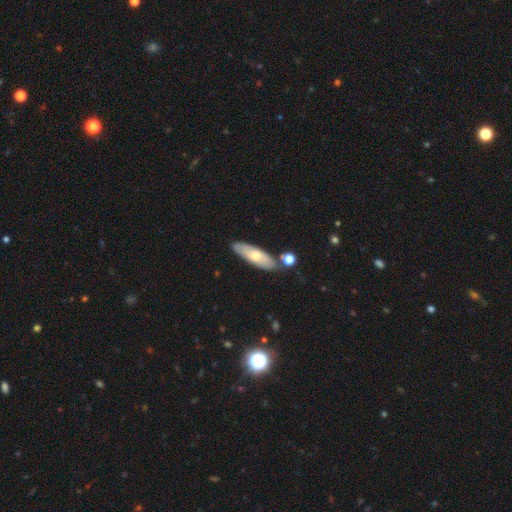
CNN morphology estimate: smooth-or-featured: smooth: 62% | featured or disk: 32% | star or artifact: 6%
  how-rounded: cigar-shaped: 51% | in between: 47% | round: 2%
  merging: none: 74% | minor disturbance: 14% | merger: 9% | major disturbance: 3%